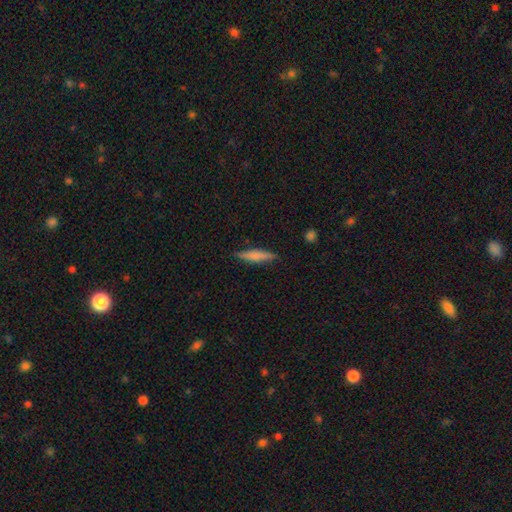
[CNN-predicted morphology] smooth_or_featured: smooth (p=0.66) [alt: featured or disk p=0.27]
how_rounded: cigar-shaped (p=0.82) [alt: in between p=0.16]
merging: none (p=0.85) [alt: minor disturbance p=0.12]